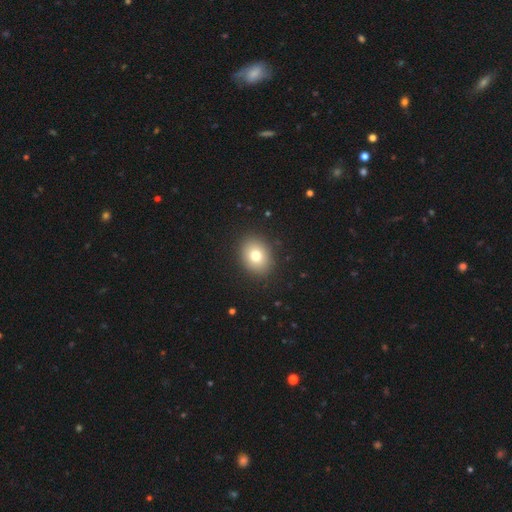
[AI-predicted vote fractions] Q: Smooth or featured?
A: smooth (77%); runner-up: featured or disk (12%)
Q: How rounded?
A: in between (52%); runner-up: round (47%)
Q: Merging?
A: none (89%); runner-up: minor disturbance (7%)